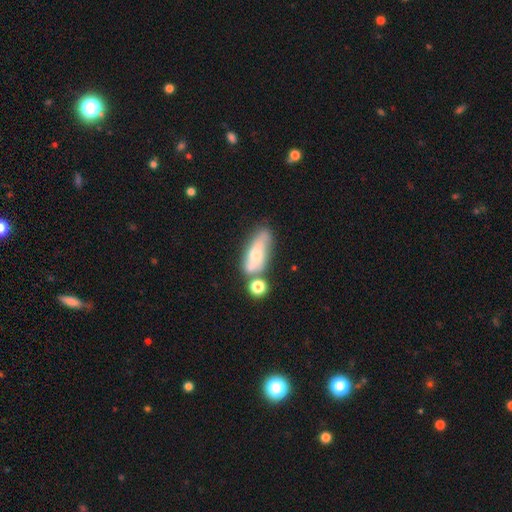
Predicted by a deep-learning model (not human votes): Smooth or featured? Predicted: smooth (p=0.51). How rounded? Predicted: in between (p=0.71). Merging? Predicted: none (p=0.42).